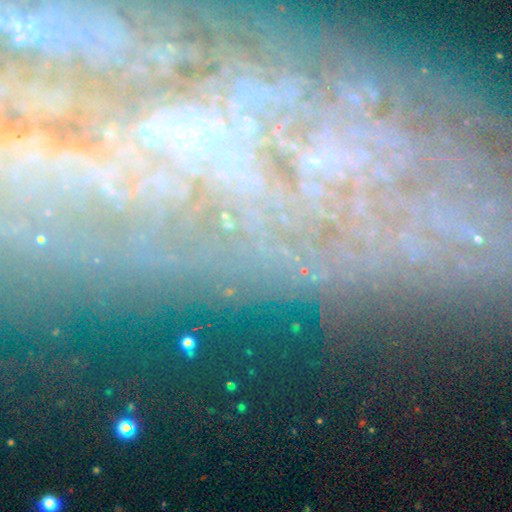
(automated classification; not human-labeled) Smooth or featured: featured or disk — 43% (star or artifact — 41%)
Merging: none — 68% (minor disturbance — 16%)